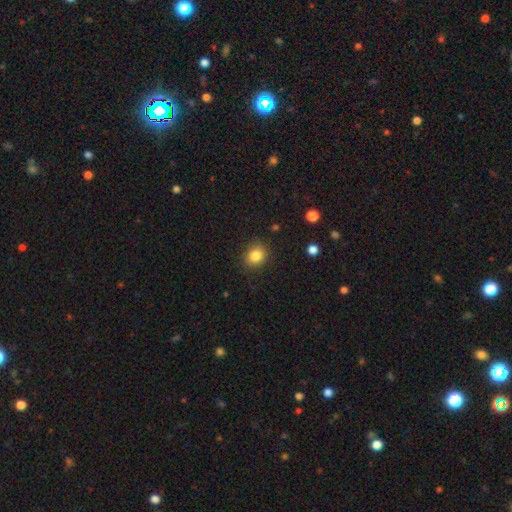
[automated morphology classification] smooth 84%, star or artifact 10%, featured or disk 5%. Down the decision tree: how rounded — round (69%); merging — none (85%).